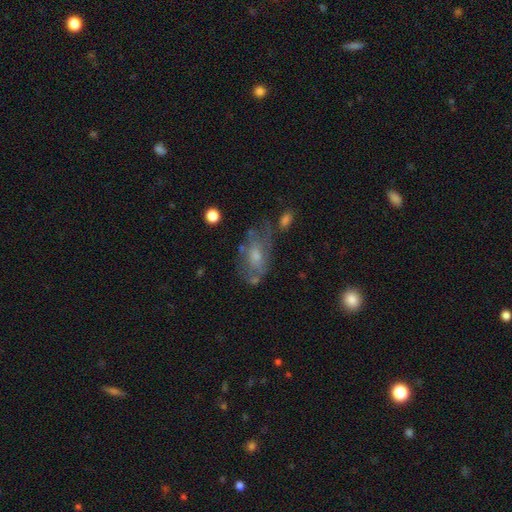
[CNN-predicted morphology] This appears to be a featured or disk galaxy (53%). Merging: none (47%).